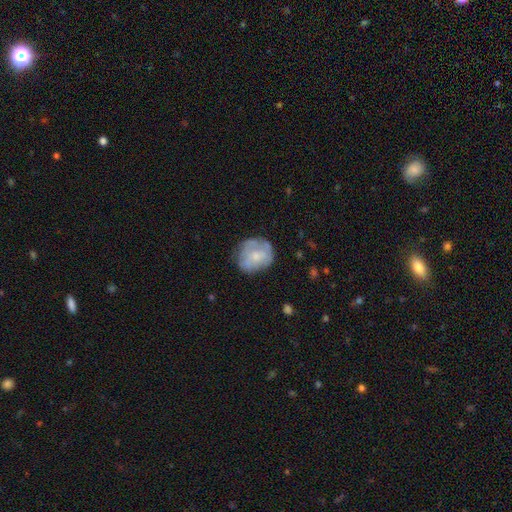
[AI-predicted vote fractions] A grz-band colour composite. It shows a smooth galaxy with no disk features (55%) that is round (70%). Merging: none (62%).